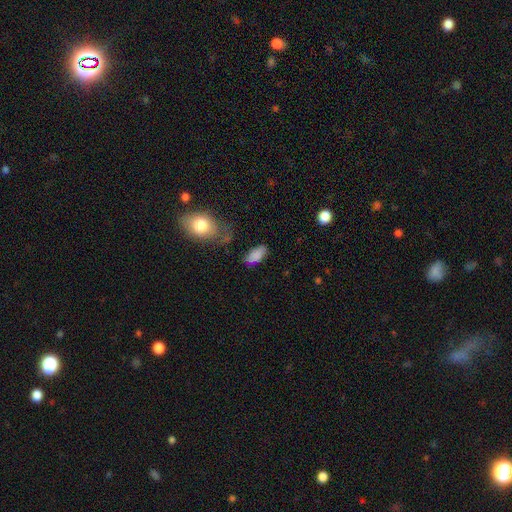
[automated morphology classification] Smooth or featured?
  - smooth: 80% *
  - featured or disk: 11%
  - star or artifact: 9%
How rounded?
  - in between: 89% *
  - cigar-shaped: 7%
  - round: 4%
Merging?
  - none: 62% *
  - minor disturbance: 23%
  - major disturbance: 8%
  - merger: 7%